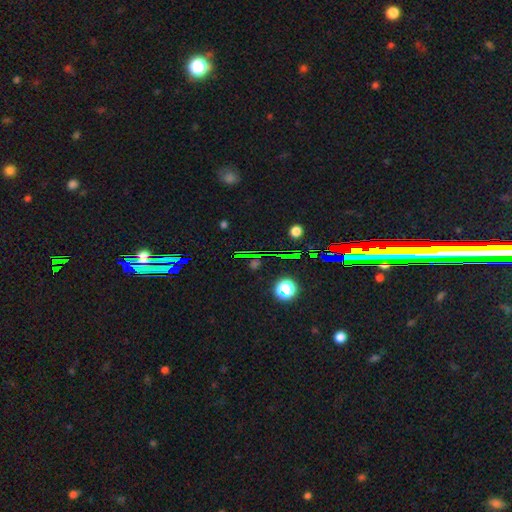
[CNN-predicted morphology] Smooth or featured?
  - star or artifact: 71% *
  - smooth: 18%
  - featured or disk: 11%